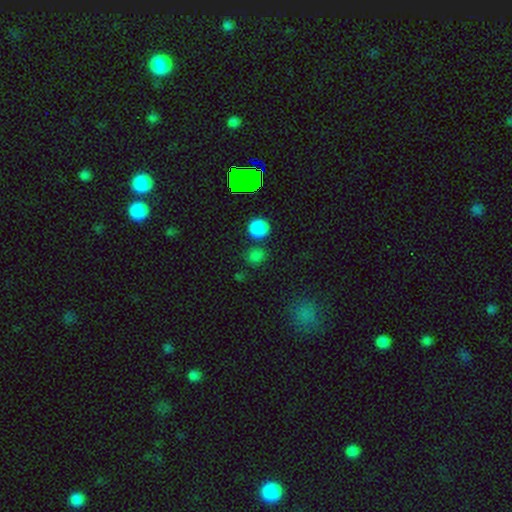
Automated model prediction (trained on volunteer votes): This appears to be a smooth galaxy with no disk features (76%) that is round (83%). Merging: none (78%).